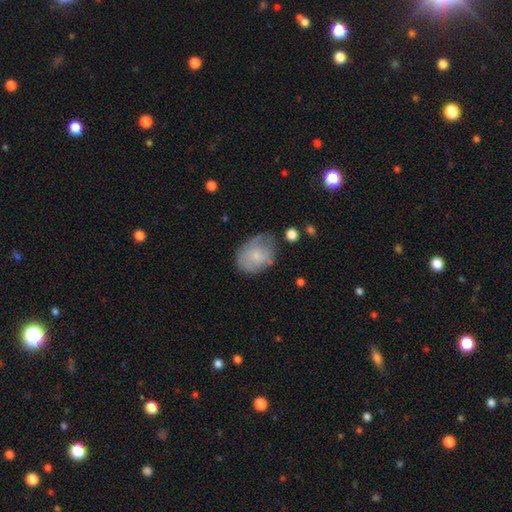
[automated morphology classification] The model was most divided on "merging": none: 55%, minor disturbance: 31%, major disturbance: 11%, merger: 3%. More confident: how rounded — in between (70%); smooth or featured — smooth (69%).